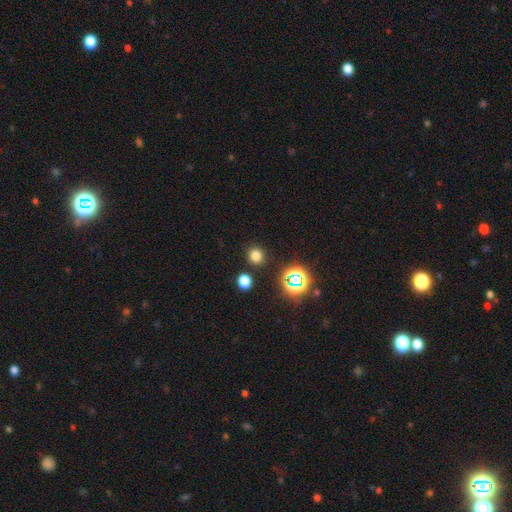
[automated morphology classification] This is likely a smooth galaxy (73%). How rounded: clearly round (86%). Merging: clearly none (87%).